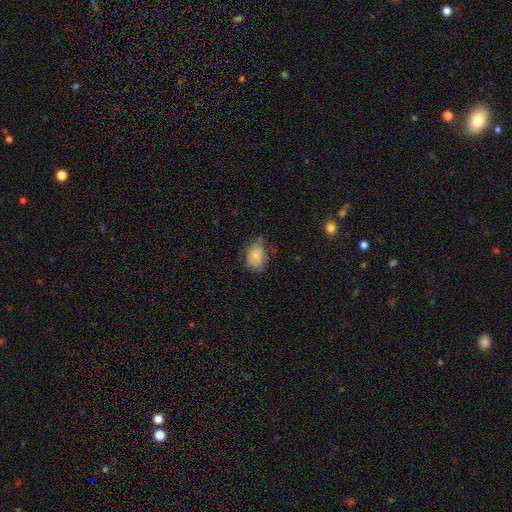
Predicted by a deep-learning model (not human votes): This is likely a smooth galaxy (76%). How rounded: likely in between (76%). Merging: possibly none (54%).